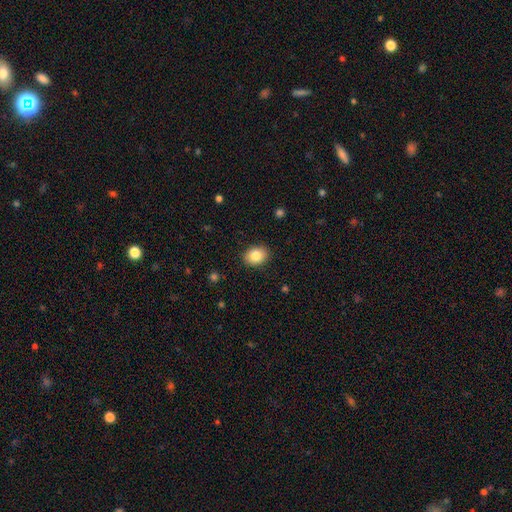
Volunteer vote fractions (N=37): smooth-or-featured: smooth: 81% | featured or disk: 11% | star or artifact: 8%
  how-rounded: round: 60% | in between: 40% | cigar-shaped: 0%
  merging: none: 85% | minor disturbance: 12% | major disturbance: 3% | merger: 0%